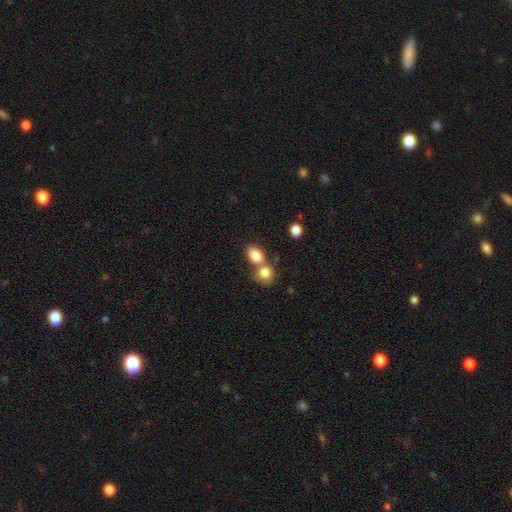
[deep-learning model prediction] Smooth or featured? Predicted: smooth (p=0.83). How rounded? Predicted: in between (p=0.74). Merging? Predicted: merger (p=0.48).